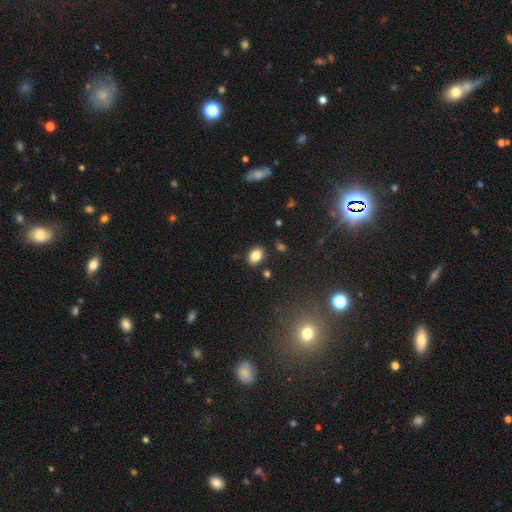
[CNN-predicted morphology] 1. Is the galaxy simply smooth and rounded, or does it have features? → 83% smooth, 9% star or artifact, 8% featured or disk.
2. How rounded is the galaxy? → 83% in between, 16% round, 1% cigar-shaped.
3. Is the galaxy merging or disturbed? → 86% none, 9% minor disturbance, 3% merger, 2% major disturbance.